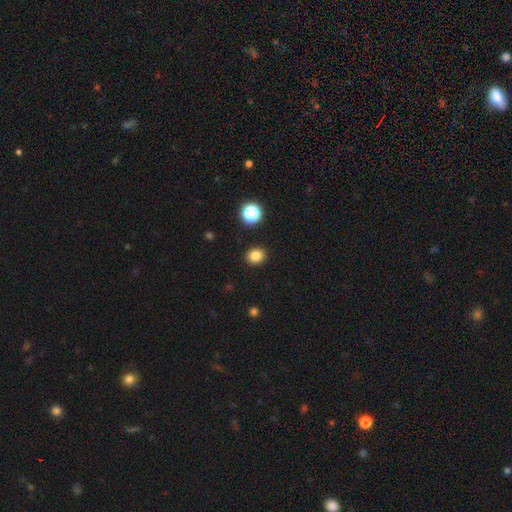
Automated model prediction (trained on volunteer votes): smooth-or-featured: smooth: 83% | star or artifact: 13% | featured or disk: 4%
  how-rounded: round: 77% | in between: 22% | cigar-shaped: 1%
  merging: none: 90% | minor disturbance: 6% | major disturbance: 2% | merger: 1%